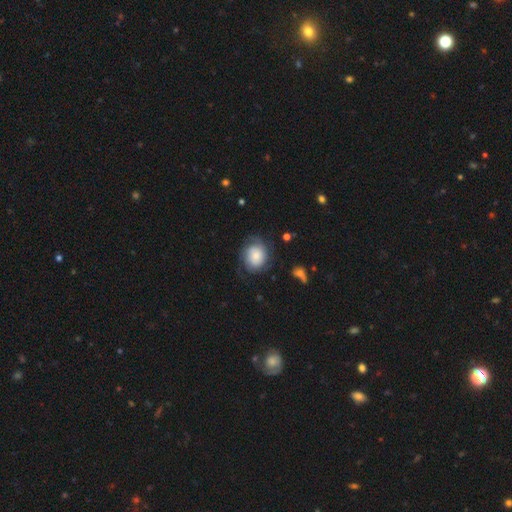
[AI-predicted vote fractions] smooth-or-featured: smooth: 53% | featured or disk: 38% | star or artifact: 8%
  how-rounded: round: 66% | in between: 33% | cigar-shaped: 1%
  merging: none: 61% | minor disturbance: 23% | major disturbance: 14% | merger: 2%